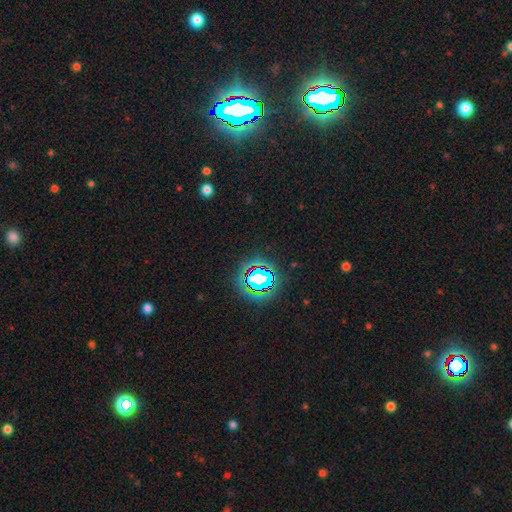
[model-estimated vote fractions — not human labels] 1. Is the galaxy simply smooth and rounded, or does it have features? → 83% star or artifact, 10% smooth, 7% featured or disk.